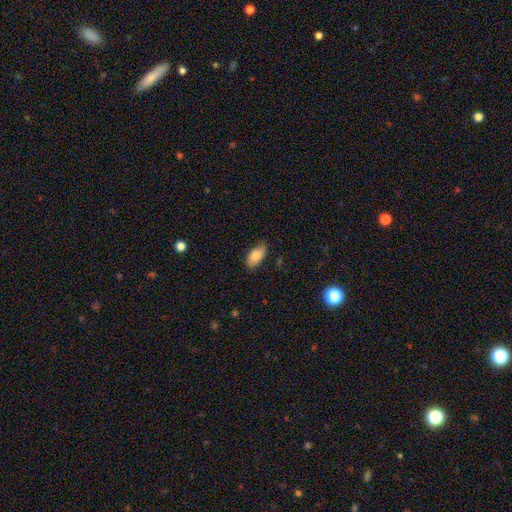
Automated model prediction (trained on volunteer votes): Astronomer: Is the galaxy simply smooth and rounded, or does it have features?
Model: smooth — 80%.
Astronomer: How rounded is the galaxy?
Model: in between — 93%.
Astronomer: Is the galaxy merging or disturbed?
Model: none — 78%.